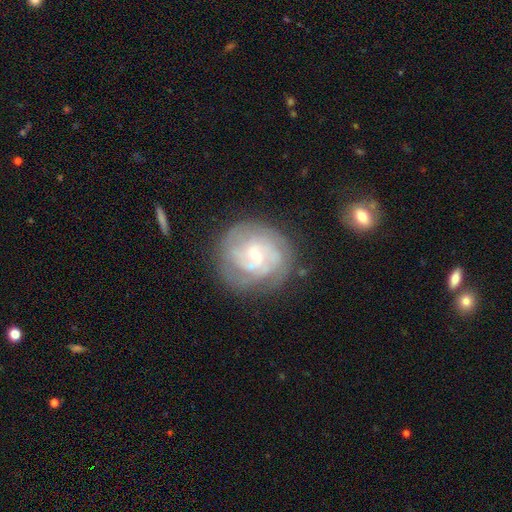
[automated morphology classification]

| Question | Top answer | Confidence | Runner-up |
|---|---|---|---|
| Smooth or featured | featured or disk | 79% | smooth (15%) |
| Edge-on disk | no | 98% | yes (2%) |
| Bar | no | 54% | weak (38%) |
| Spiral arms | yes | 93% | no (7%) |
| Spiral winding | tight | 61% | medium (31%) |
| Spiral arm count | can't tell | 31% | 3 (26%) |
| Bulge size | small | 70% | moderate (27%) |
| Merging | none | 77% | minor disturbance (14%) |